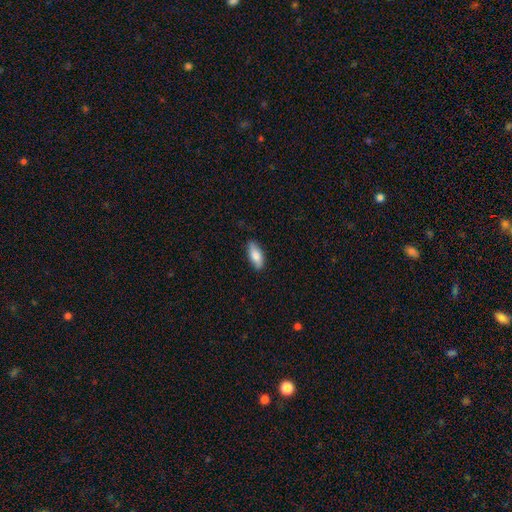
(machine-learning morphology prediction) The model was most divided on "how rounded": in between: 75%, cigar-shaped: 22%, round: 2%. More confident: merging — none (82%); smooth or featured — smooth (78%).